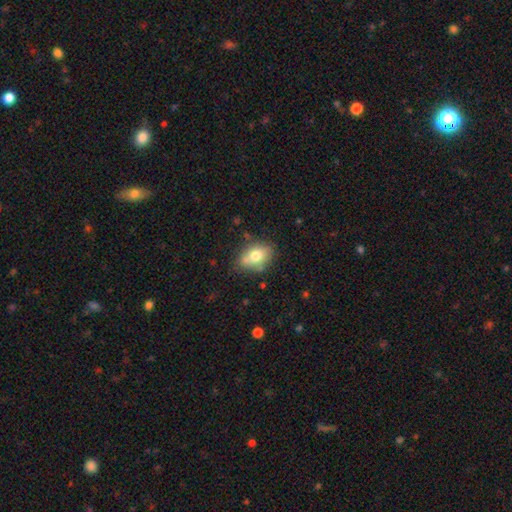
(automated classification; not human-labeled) This appears to be a smooth galaxy with no disk features (73%) that is in between round and cigar-shaped (74%). Merging: none (67%).